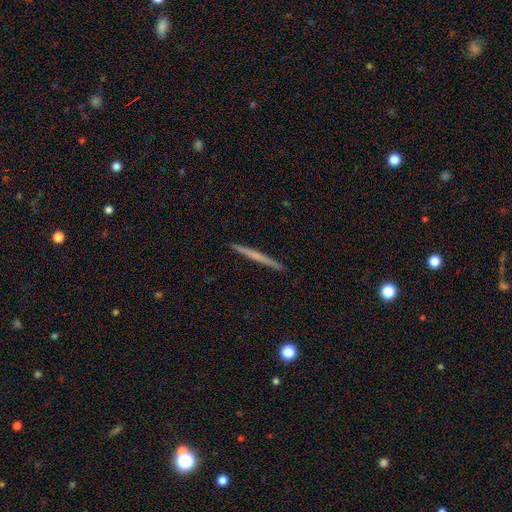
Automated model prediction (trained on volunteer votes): Smooth or featured?
  - smooth: 48% *
  - featured or disk: 47%
  - star or artifact: 6%
Merging?
  - none: 93% *
  - minor disturbance: 5%
  - major disturbance: 1%
  - merger: 1%